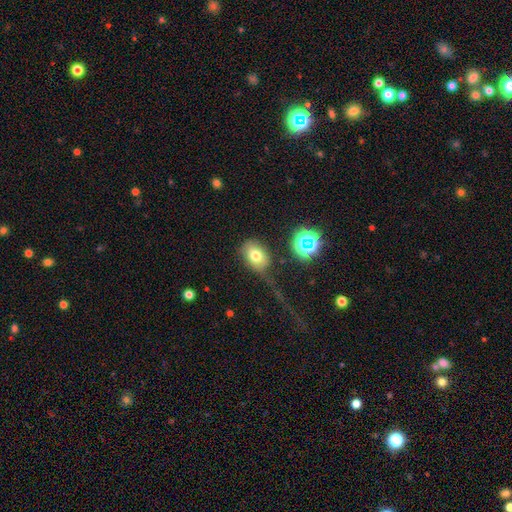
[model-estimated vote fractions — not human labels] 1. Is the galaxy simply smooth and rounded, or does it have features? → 72% smooth, 15% star or artifact, 14% featured or disk.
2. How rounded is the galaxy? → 71% in between, 28% round, 1% cigar-shaped.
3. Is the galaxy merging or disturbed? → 53% none, 23% minor disturbance, 18% major disturbance, 6% merger.